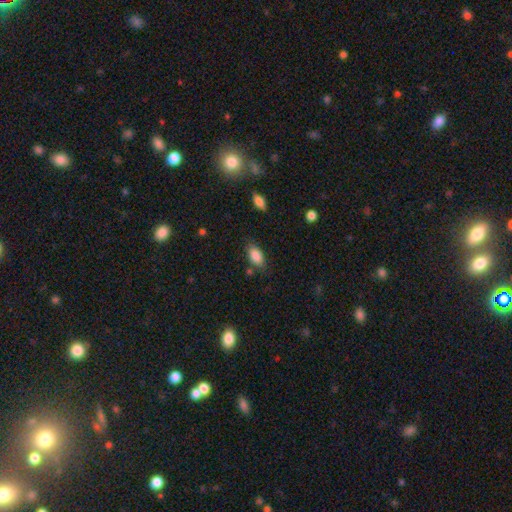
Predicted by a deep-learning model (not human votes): A smooth galaxy with no disk features (86%) that is in between round and cigar-shaped (91%).

Vote fractions:
- Smooth or featured? smooth: 86% / star or artifact: 8% / featured or disk: 6%
- How rounded? in between: 91% / round: 4% / cigar-shaped: 4%
- Merging? none: 77% / minor disturbance: 16% / major disturbance: 4% / merger: 3%